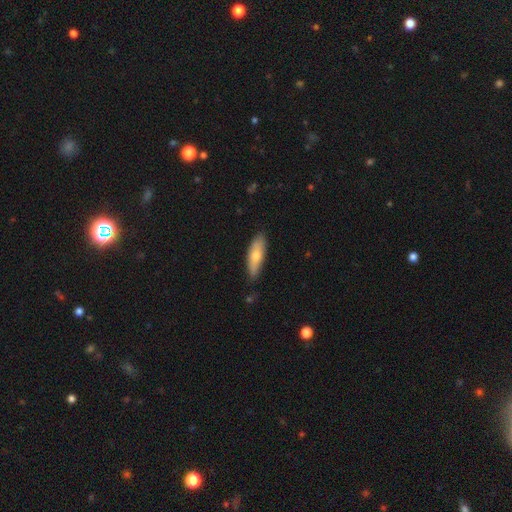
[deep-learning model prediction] Q: Smooth or featured?
A: smooth (65%); runner-up: featured or disk (29%)
Q: How rounded?
A: in between (52%); runner-up: cigar-shaped (46%)
Q: Merging?
A: none (81%); runner-up: minor disturbance (16%)